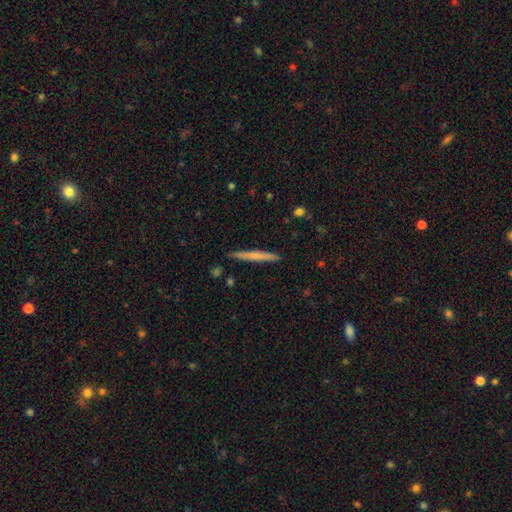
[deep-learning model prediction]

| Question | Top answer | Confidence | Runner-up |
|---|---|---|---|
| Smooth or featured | smooth | 59% | featured or disk (36%) |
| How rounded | cigar-shaped | 97% | in between (2%) |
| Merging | none | 90% | minor disturbance (7%) |